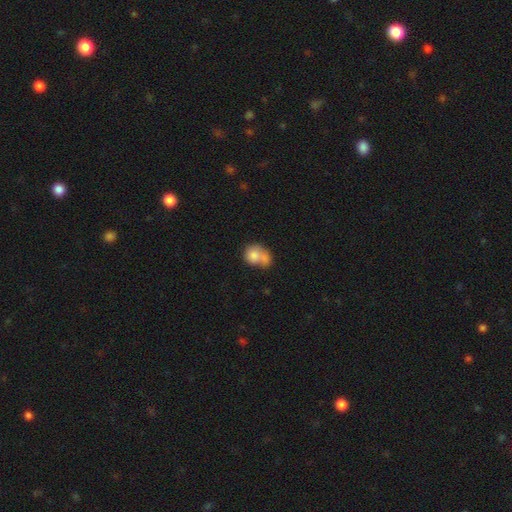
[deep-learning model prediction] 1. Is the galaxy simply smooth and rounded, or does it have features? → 76% smooth, 16% featured or disk, 8% star or artifact.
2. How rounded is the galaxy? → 54% round, 44% in between, 1% cigar-shaped.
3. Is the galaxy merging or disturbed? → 53% merger, 23% none, 14% minor disturbance, 11% major disturbance.